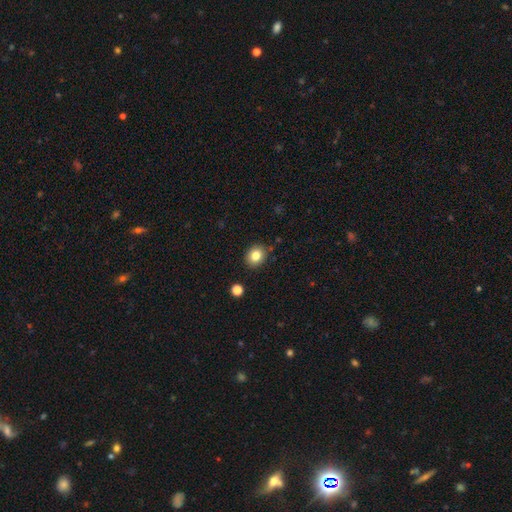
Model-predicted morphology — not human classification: A smooth galaxy with no disk features (82%) that is round (68%).

Vote fractions:
- Smooth or featured? smooth: 82% / star or artifact: 10% / featured or disk: 8%
- How rounded? round: 68% / in between: 31% / cigar-shaped: 1%
- Merging? none: 87% / minor disturbance: 8% / merger: 2% / major disturbance: 2%